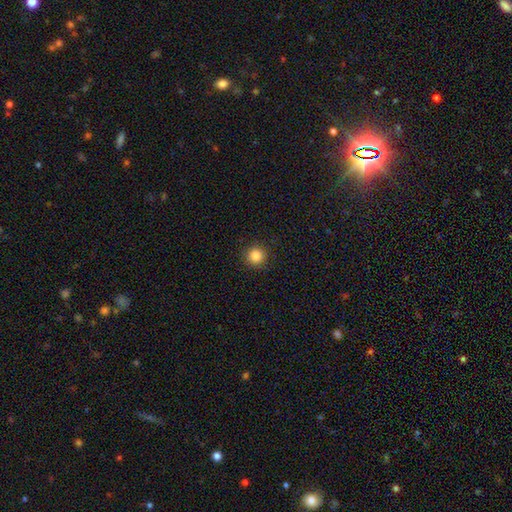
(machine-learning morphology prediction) type=smooth (85%); roundness=round (95%); merging=none (92%).